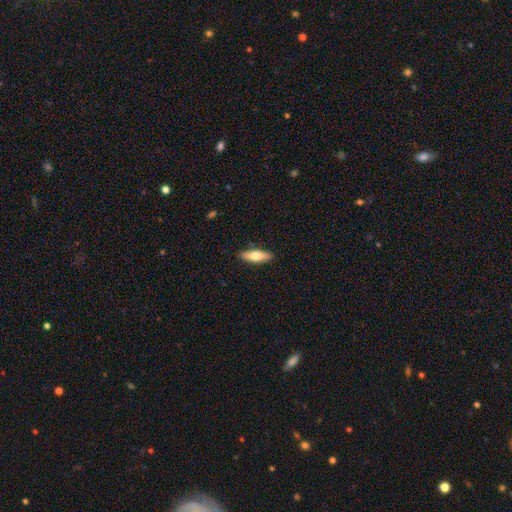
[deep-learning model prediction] Q: Smooth or featured?
A: smooth (61%); runner-up: featured or disk (33%)
Q: How rounded?
A: in between (50%); runner-up: cigar-shaped (48%)
Q: Merging?
A: none (88%); runner-up: minor disturbance (9%)